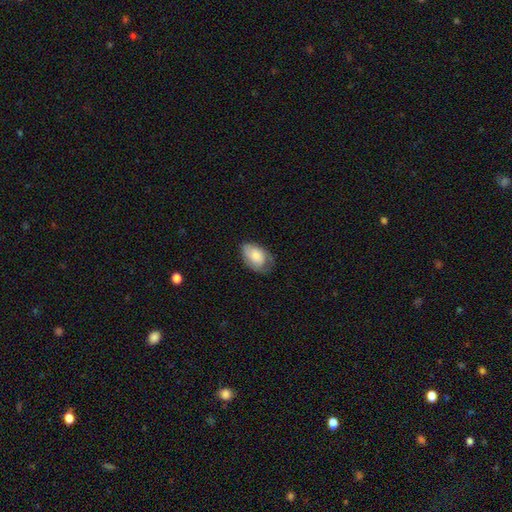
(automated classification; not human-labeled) Smooth or featured?
  - smooth: 71% *
  - featured or disk: 22%
  - star or artifact: 7%
How rounded?
  - in between: 90% *
  - round: 8%
  - cigar-shaped: 1%
Merging?
  - none: 57% *
  - minor disturbance: 31%
  - major disturbance: 11%
  - merger: 1%